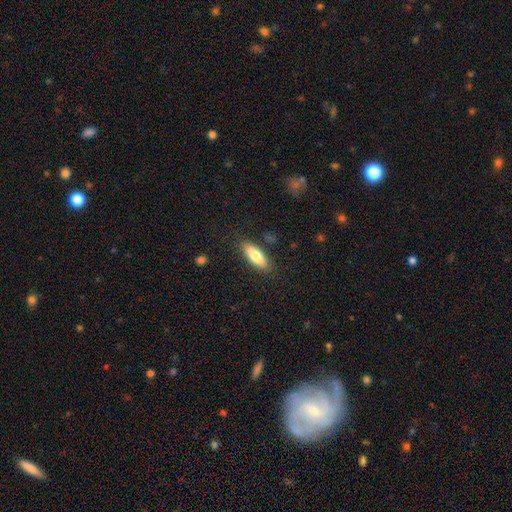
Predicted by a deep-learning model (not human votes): smooth-or-featured: smooth: 77% | featured or disk: 17% | star or artifact: 6%
  how-rounded: in between: 58% | cigar-shaped: 40% | round: 2%
  merging: none: 84% | minor disturbance: 11% | major disturbance: 3% | merger: 2%